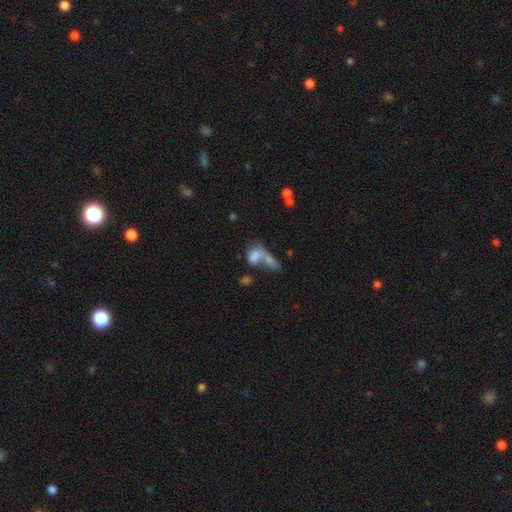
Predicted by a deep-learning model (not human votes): A smooth galaxy with no disk features (62%) that is in between round and cigar-shaped (67%).

Vote fractions:
- Smooth or featured? smooth: 62% / featured or disk: 22% / star or artifact: 16%
- How rounded? in between: 67% / round: 21% / cigar-shaped: 12%
- Merging? merger: 52% / none: 26% / major disturbance: 12% / minor disturbance: 10%